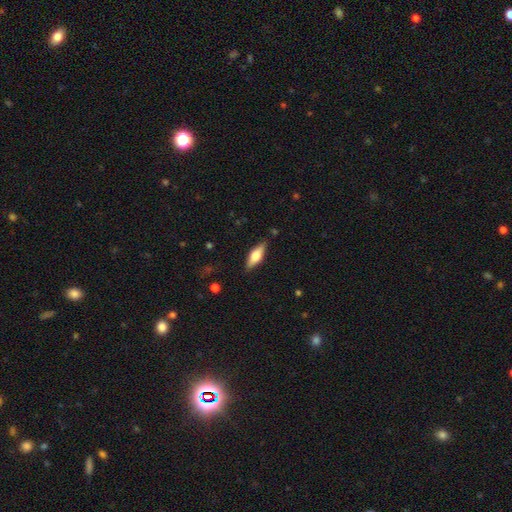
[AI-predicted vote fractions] Morphology: type=smooth (55%); roundness=in between (59%); merging=none (85%).